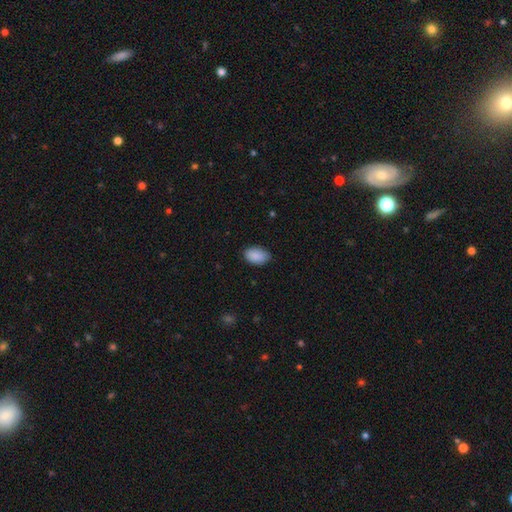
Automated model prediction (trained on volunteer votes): smooth-or-featured: smooth: 89% | star or artifact: 7% | featured or disk: 4%
  how-rounded: in between: 91% | round: 8% | cigar-shaped: 1%
  merging: none: 76% | minor disturbance: 20% | major disturbance: 3% | merger: 1%